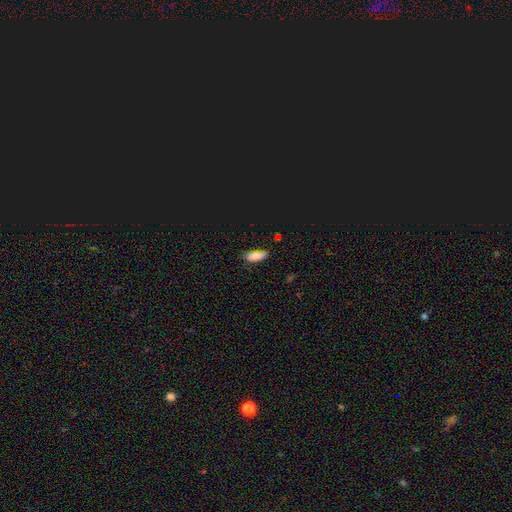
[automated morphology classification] Q: Smooth or featured?
A: smooth (81%); runner-up: star or artifact (13%)
Q: How rounded?
A: in between (82%); runner-up: cigar-shaped (16%)
Q: Merging?
A: none (69%); runner-up: minor disturbance (24%)